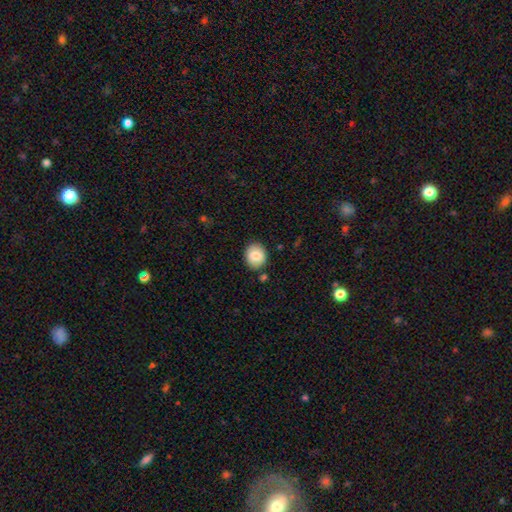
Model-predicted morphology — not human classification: A smooth galaxy with no disk features (84%) that is round (69%).

Vote fractions:
- Smooth or featured? smooth: 84% / featured or disk: 8% / star or artifact: 8%
- How rounded? round: 69% / in between: 30% / cigar-shaped: 1%
- Merging? none: 85% / minor disturbance: 10% / merger: 3% / major disturbance: 2%